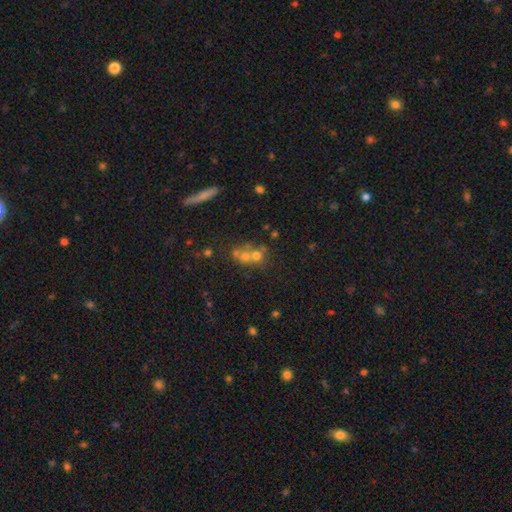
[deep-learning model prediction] Q: Smooth or featured?
A: smooth (53%); runner-up: featured or disk (25%)
Q: How rounded?
A: round (76%); runner-up: in between (22%)
Q: Merging?
A: merger (45%); runner-up: none (40%)